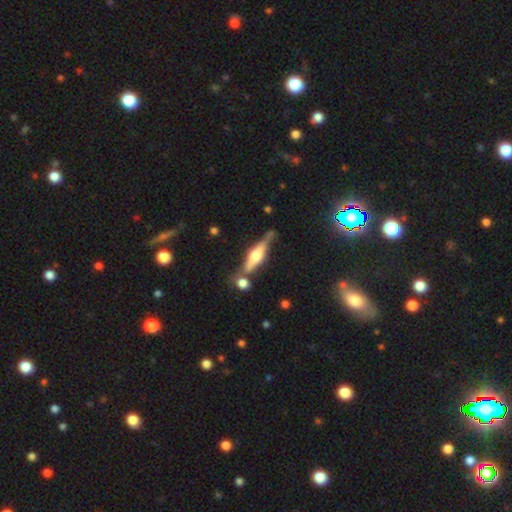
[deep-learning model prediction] Q: Smooth or featured?
A: featured or disk (67%); runner-up: smooth (26%)
Q: Edge-on disk?
A: yes (93%); runner-up: no (7%)
Q: Edge-on bulge?
A: rounded (86%); runner-up: boxy (11%)
Q: Merging?
A: none (61%); runner-up: merger (17%)